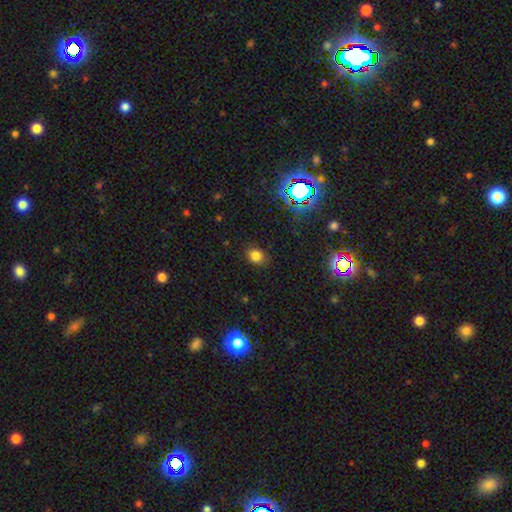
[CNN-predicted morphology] Smooth or featured? Predicted: smooth (p=0.79). How rounded? Predicted: round (p=0.63). Merging? Predicted: none (p=0.84).